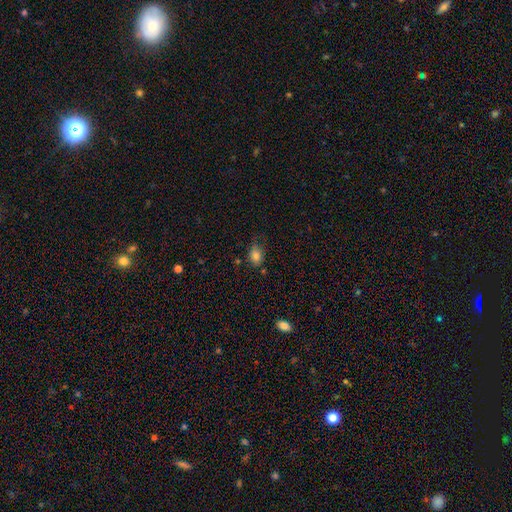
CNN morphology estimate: smooth 81%, star or artifact 11%, featured or disk 8%. Down the decision tree: how rounded — in between (64%); merging — none (64%).